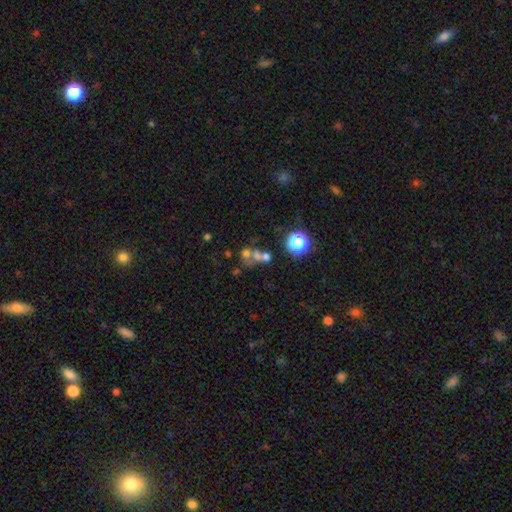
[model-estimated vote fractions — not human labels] This is marginally a smooth galaxy (43%). Merging: marginally merger (43%).